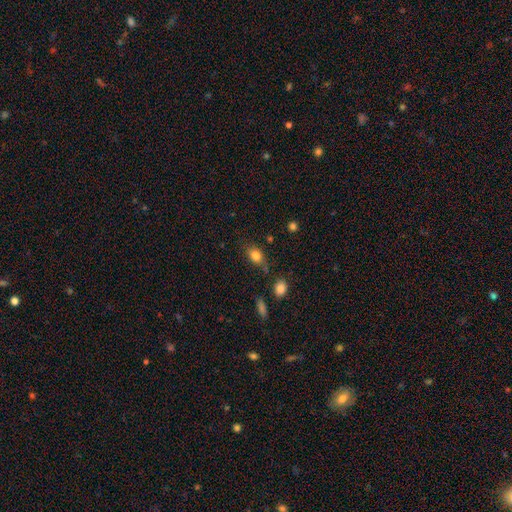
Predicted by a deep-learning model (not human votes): smooth 81%, star or artifact 10%, featured or disk 9%. Down the decision tree: how rounded — in between (78%); merging — none (73%).